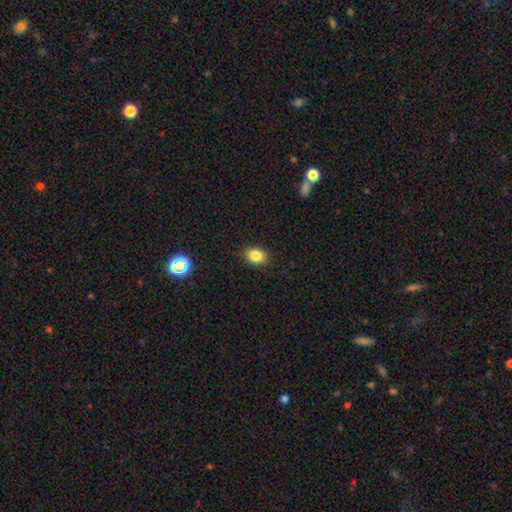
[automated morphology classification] smooth-or-featured: smooth: 85% | star or artifact: 10% | featured or disk: 5%
  how-rounded: in between: 75% | round: 24% | cigar-shaped: 1%
  merging: none: 88% | minor disturbance: 8% | major disturbance: 2% | merger: 1%